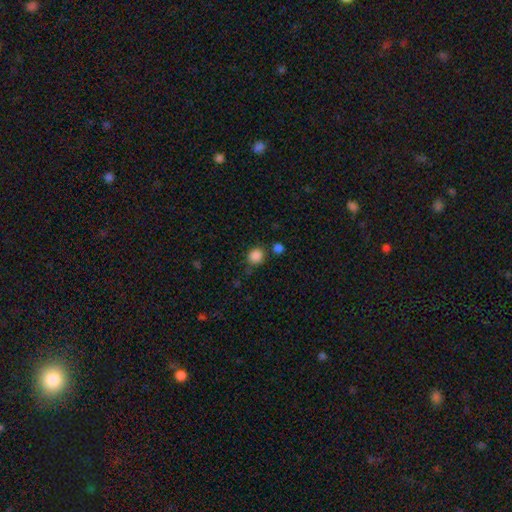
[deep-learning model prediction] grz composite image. It shows a smooth galaxy with no disk features (86%) that is round (85%). Merging: none (73%).